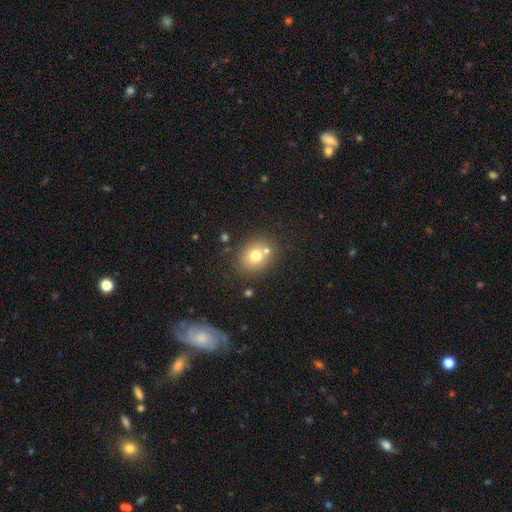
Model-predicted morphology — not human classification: Q: Smooth or featured?
A: smooth (74%); runner-up: featured or disk (14%)
Q: How rounded?
A: round (64%); runner-up: in between (35%)
Q: Merging?
A: none (68%); runner-up: merger (17%)